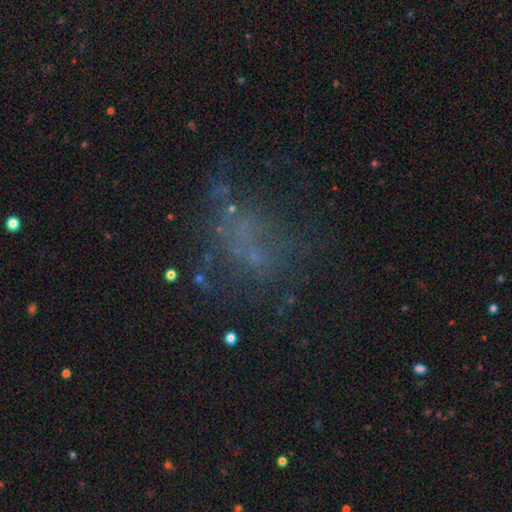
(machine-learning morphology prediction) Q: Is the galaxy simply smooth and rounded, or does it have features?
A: featured or disk — 38%.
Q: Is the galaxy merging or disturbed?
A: none — 49%.